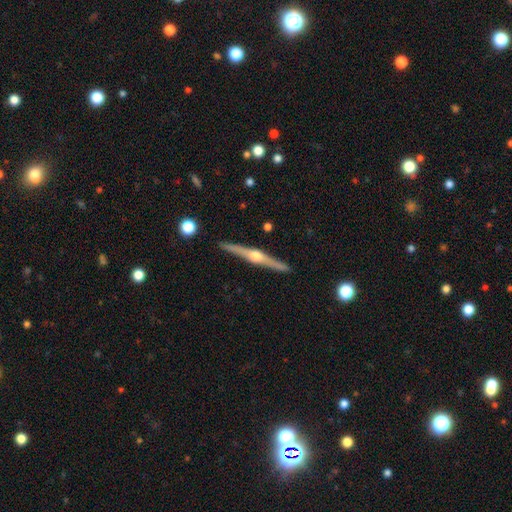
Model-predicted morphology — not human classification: Smooth or featured: featured or disk — 84% (smooth — 11%)
Edge-on disk: yes — 98% (no — 2%)
Edge-on bulge: rounded — 94% (boxy — 4%)
Merging: none — 92% (minor disturbance — 6%)